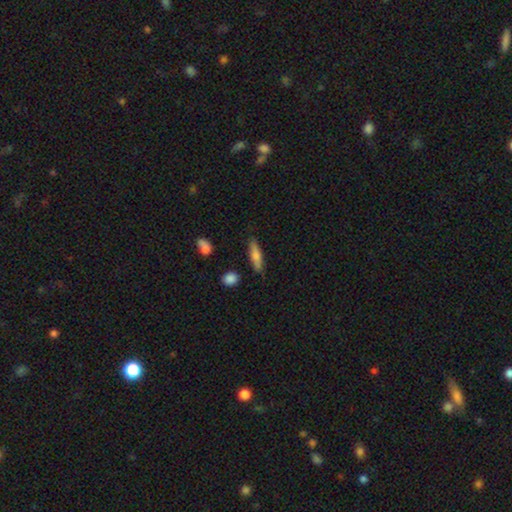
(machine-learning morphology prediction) type=smooth (68%); roundness=cigar-shaped (69%); merging=none (80%).